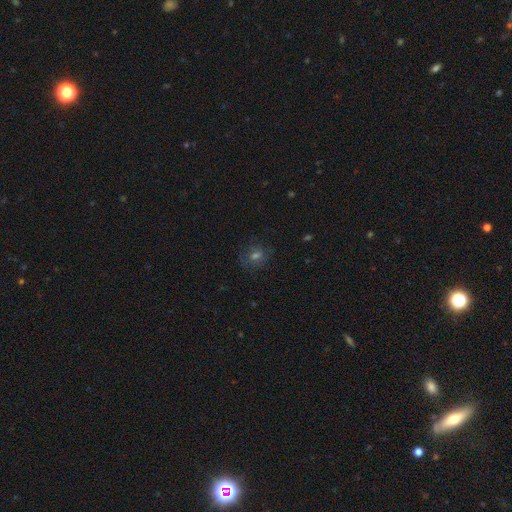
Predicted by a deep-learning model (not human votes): Q: Smooth or featured?
A: smooth (50%); runner-up: star or artifact (29%)
Q: Merging?
A: none (77%); runner-up: minor disturbance (14%)